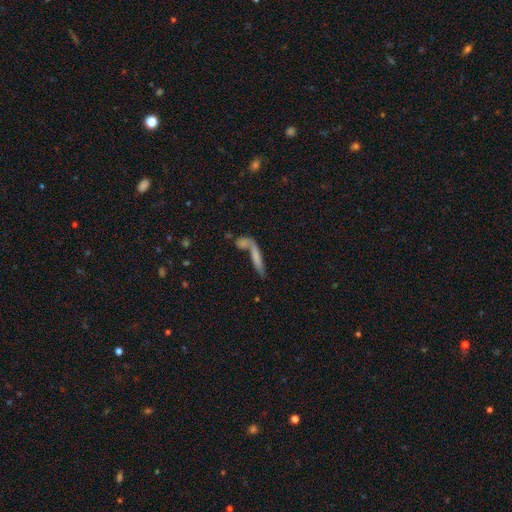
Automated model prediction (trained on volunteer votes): This is likely a smooth galaxy (62%). How rounded: clearly cigar-shaped (82%). Merging: marginally merger (45%).